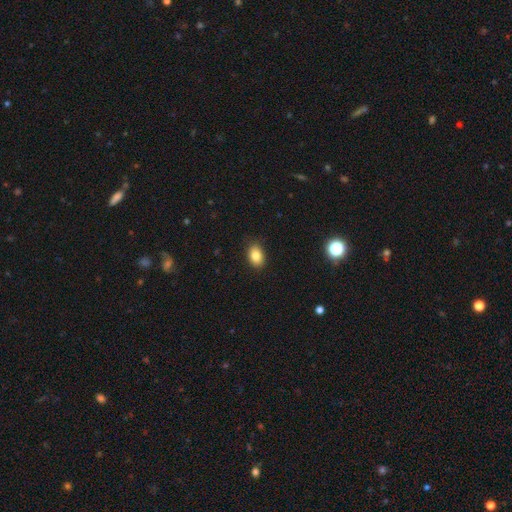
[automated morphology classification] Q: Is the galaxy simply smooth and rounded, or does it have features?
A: smooth — 84%.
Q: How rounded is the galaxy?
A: in between — 79%.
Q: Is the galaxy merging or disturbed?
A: none — 87%.